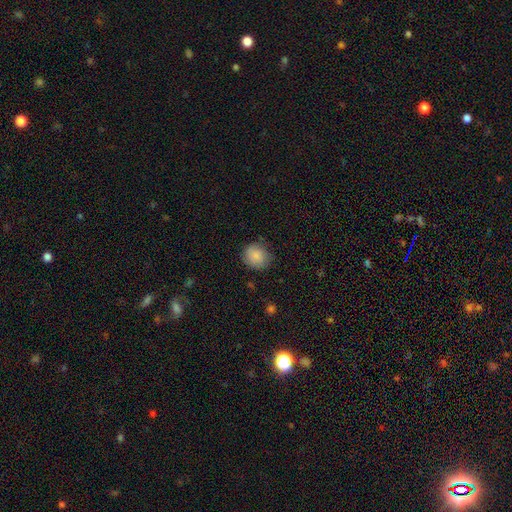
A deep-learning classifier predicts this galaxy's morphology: A smooth galaxy with no disk features (86%) that is round (81%).

Vote fractions:
- Smooth or featured? smooth: 86% / star or artifact: 8% / featured or disk: 7%
- How rounded? round: 81% / in between: 18% / cigar-shaped: 1%
- Merging? none: 78% / minor disturbance: 17% / major disturbance: 4% / merger: 1%